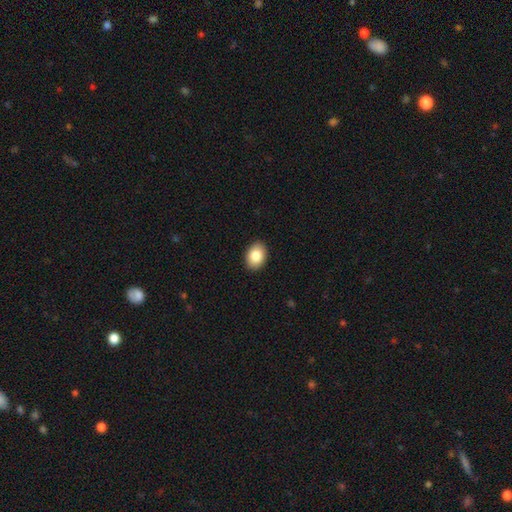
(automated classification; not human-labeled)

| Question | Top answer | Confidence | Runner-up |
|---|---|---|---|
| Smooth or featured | smooth | 85% | featured or disk (8%) |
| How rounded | in between | 77% | round (22%) |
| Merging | none | 90% | minor disturbance (7%) |